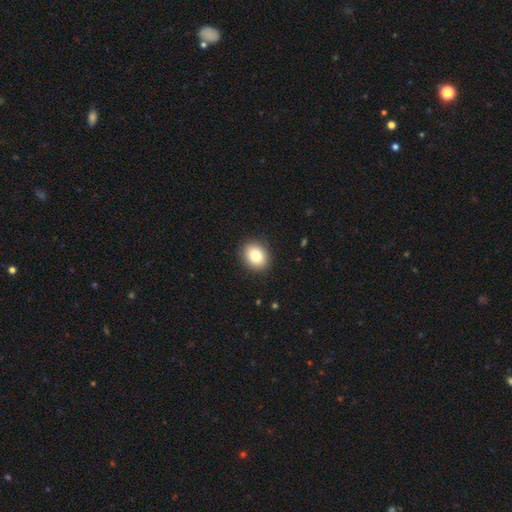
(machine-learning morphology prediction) Q: Smooth or featured?
A: smooth (81%); runner-up: featured or disk (10%)
Q: How rounded?
A: round (56%); runner-up: in between (43%)
Q: Merging?
A: none (90%); runner-up: minor disturbance (7%)